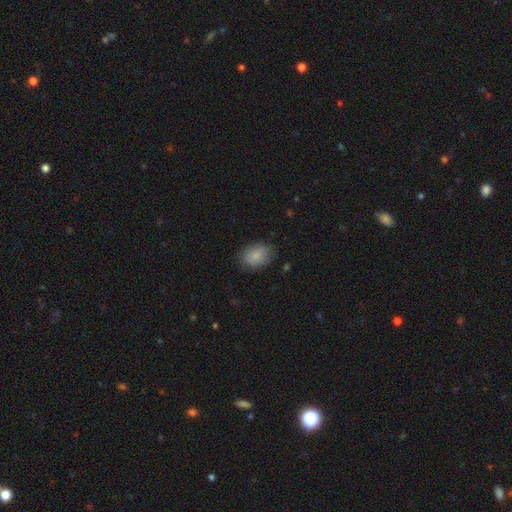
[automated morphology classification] smooth-or-featured: smooth: 85% | featured or disk: 8% | star or artifact: 7%
  how-rounded: in between: 76% | round: 23% | cigar-shaped: 1%
  merging: none: 76% | minor disturbance: 18% | major disturbance: 5% | merger: 1%